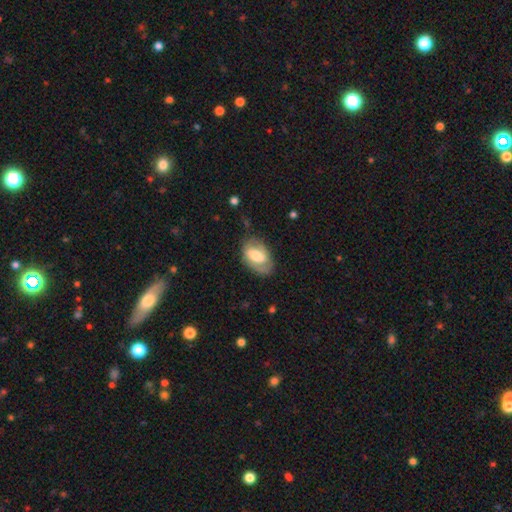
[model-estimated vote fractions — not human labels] Smooth or featured? Predicted: featured or disk (p=0.52). Edge-on disk? Predicted: no (p=0.94). Merging? Predicted: none (p=0.71).